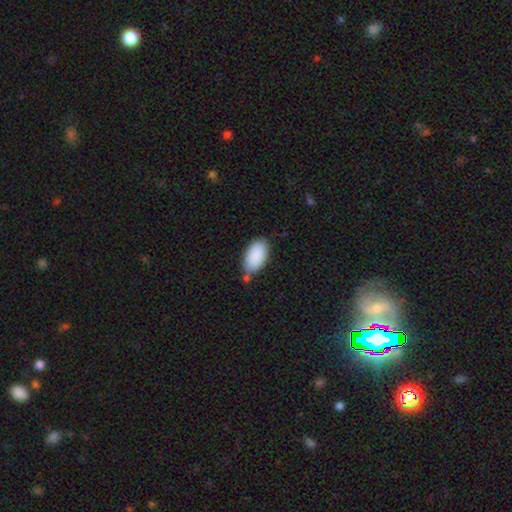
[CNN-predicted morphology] Q: Smooth or featured?
A: smooth (90%); runner-up: star or artifact (6%)
Q: How rounded?
A: in between (95%); runner-up: round (2%)
Q: Merging?
A: none (74%); runner-up: minor disturbance (16%)